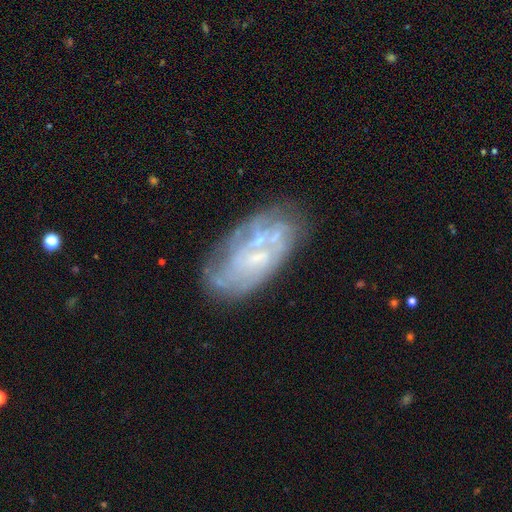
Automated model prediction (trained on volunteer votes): The model was most divided on "spiral arms": yes: 54%, no: 46%. More confident: edge-on disk — no (94%); smooth or featured — featured or disk (68%); bar — no (61%); merging — none (59%); bulge size — small (53%).